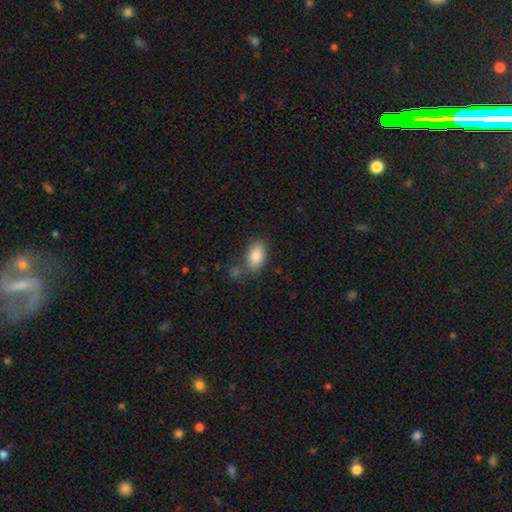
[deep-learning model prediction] This appears to be a smooth galaxy with no disk features (87%) that is in between round and cigar-shaped (92%). Merging: none (65%).